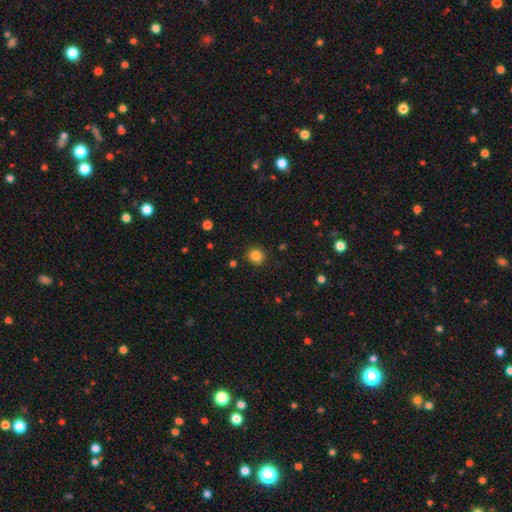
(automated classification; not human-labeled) This appears to be a smooth galaxy with no disk features (84%) that is round (87%). Merging: none (89%).